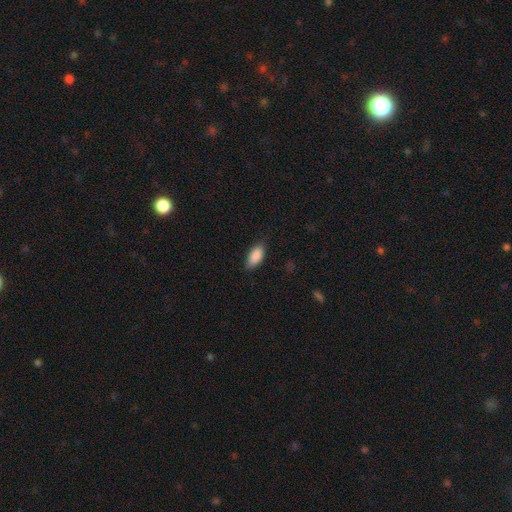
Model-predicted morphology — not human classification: Smooth or featured? Predicted: smooth (p=0.88). How rounded? Predicted: in between (p=0.91). Merging? Predicted: none (p=0.76).